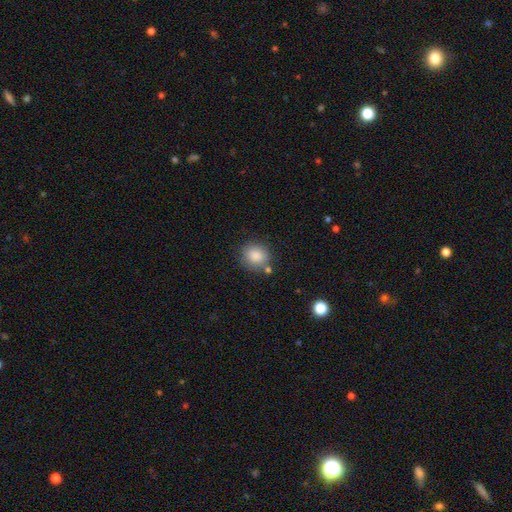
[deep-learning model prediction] Overall: smooth (87%). How rounded: round (81%). Merging: none (76%).